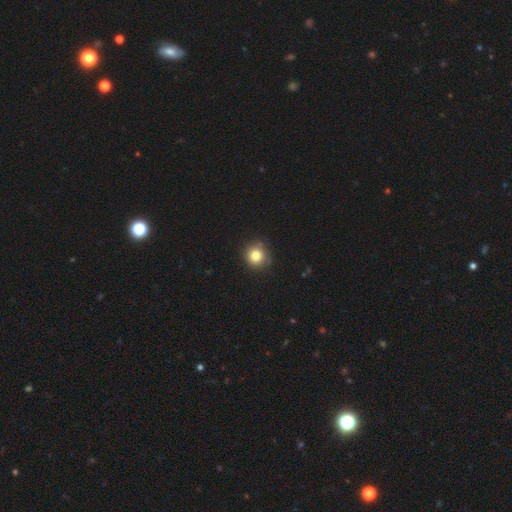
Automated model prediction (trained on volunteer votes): Smooth or featured?
  - smooth: 81% *
  - star or artifact: 12%
  - featured or disk: 7%
How rounded?
  - round: 91% *
  - in between: 8%
  - cigar-shaped: 1%
Merging?
  - none: 84% *
  - minor disturbance: 12%
  - major disturbance: 2%
  - merger: 2%